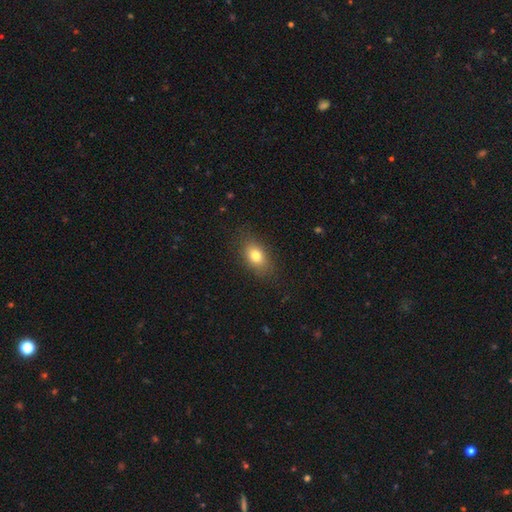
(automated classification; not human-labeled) Smooth or featured?
  - smooth: 78% *
  - featured or disk: 12%
  - star or artifact: 10%
How rounded?
  - in between: 83% *
  - round: 14%
  - cigar-shaped: 3%
Merging?
  - none: 83% *
  - minor disturbance: 12%
  - major disturbance: 4%
  - merger: 1%